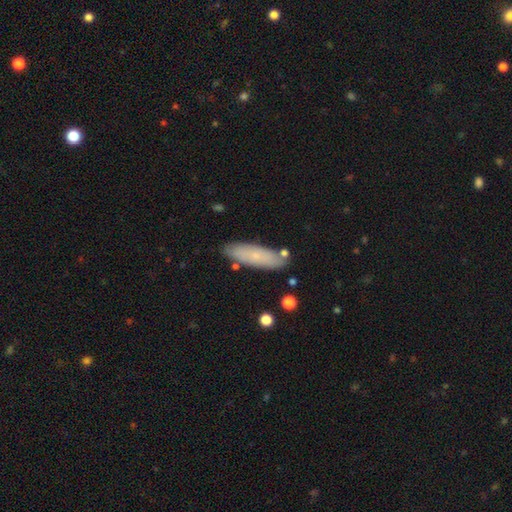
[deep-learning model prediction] Smooth or featured? Predicted: smooth (p=0.64). How rounded? Predicted: cigar-shaped (p=0.58). Merging? Predicted: none (p=0.81).